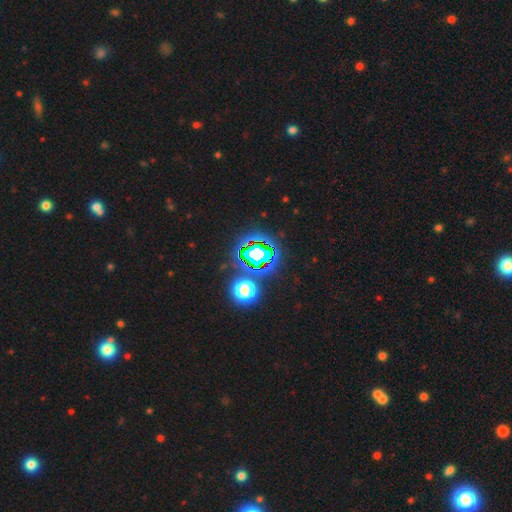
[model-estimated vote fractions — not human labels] Smooth or featured? Predicted: star or artifact (p=0.74).